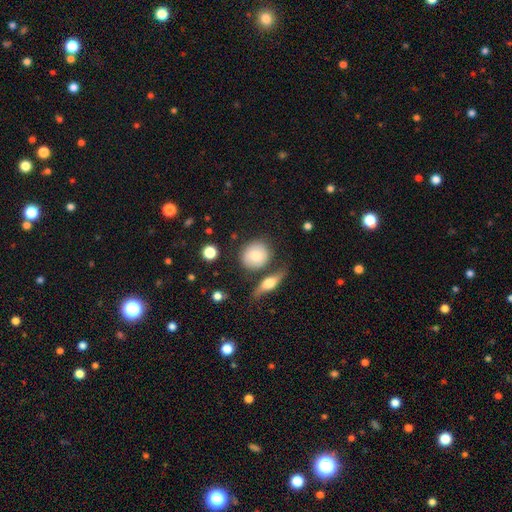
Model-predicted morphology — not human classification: Q: Smooth or featured?
A: smooth (71%); runner-up: featured or disk (22%)
Q: How rounded?
A: round (82%); runner-up: in between (17%)
Q: Merging?
A: none (69%); runner-up: minor disturbance (14%)